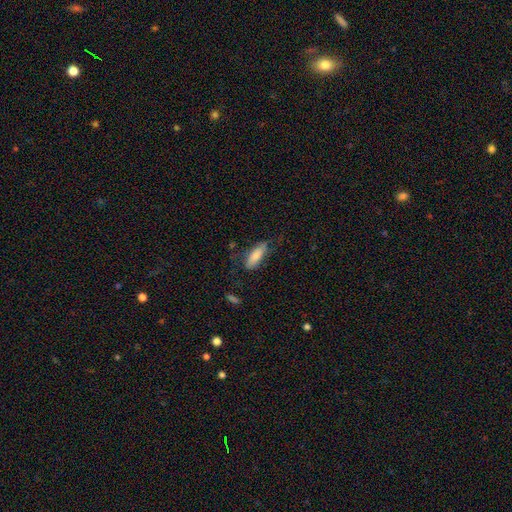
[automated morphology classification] Overall: smooth (78%). How rounded: in between (64%; cigar-shaped 34%). Merging: none (63%; minor disturbance 25%).